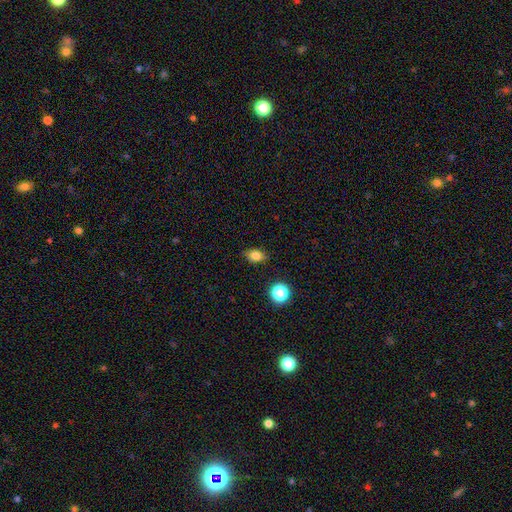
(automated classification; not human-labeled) The model was most divided on "how rounded": in between: 69%, round: 30%, cigar-shaped: 2%. More confident: merging — none (84%); smooth or featured — smooth (81%).